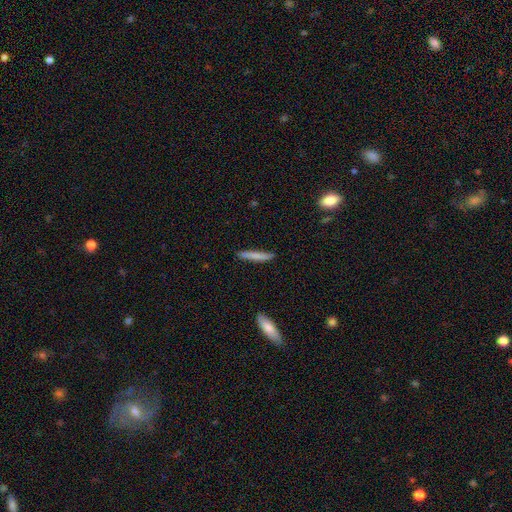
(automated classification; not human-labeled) A smooth galaxy with no disk features (76%) that is cigar-shaped (94%).

Vote fractions:
- Smooth or featured? smooth: 76% / featured or disk: 19% / star or artifact: 5%
- How rounded? cigar-shaped: 94% / in between: 5% / round: 1%
- Merging? none: 87% / minor disturbance: 9% / major disturbance: 2% / merger: 2%